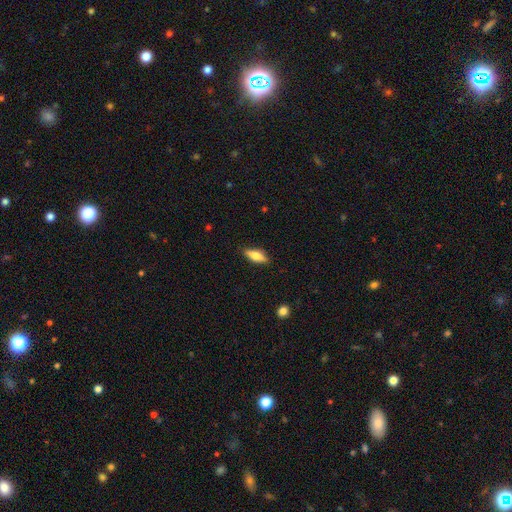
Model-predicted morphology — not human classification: smooth 63%, featured or disk 31%, star or artifact 7%. Down the decision tree: how rounded — in between (57%); merging — none (87%).